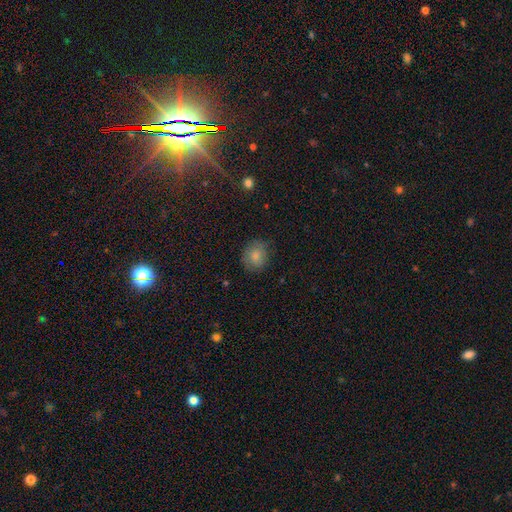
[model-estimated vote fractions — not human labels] Overall: smooth (82%). How rounded: round (73%). Merging: none (75%).